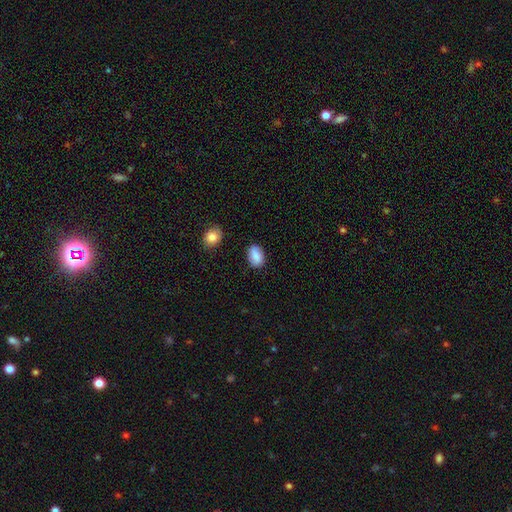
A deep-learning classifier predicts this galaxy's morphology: Overall: smooth (86%). How rounded: in between (84%). Merging: none (82%).